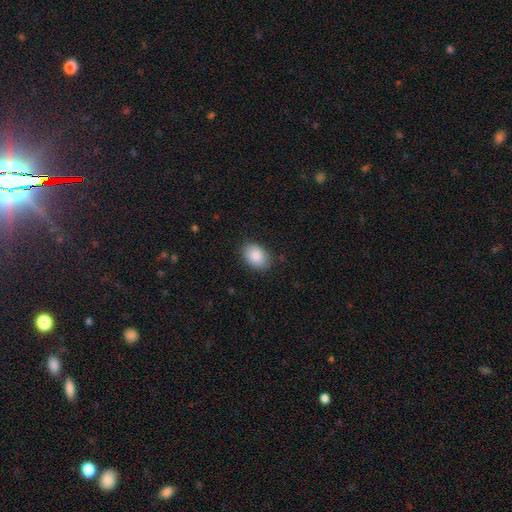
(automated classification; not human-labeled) Morphology: type=smooth (85%); roundness=in between (79%); merging=none (85%).